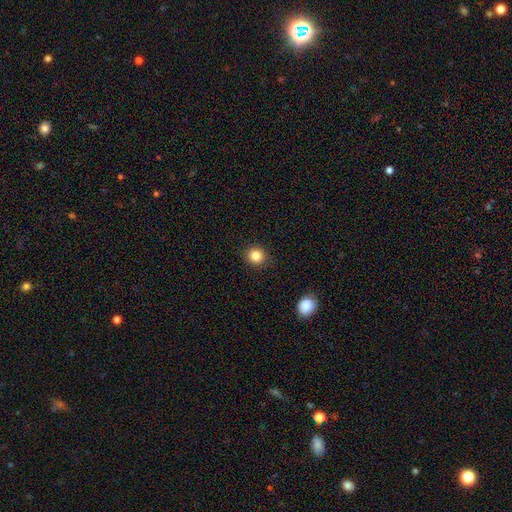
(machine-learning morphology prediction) This appears to be a smooth galaxy with no disk features (84%) that is round (86%). Merging: none (90%).